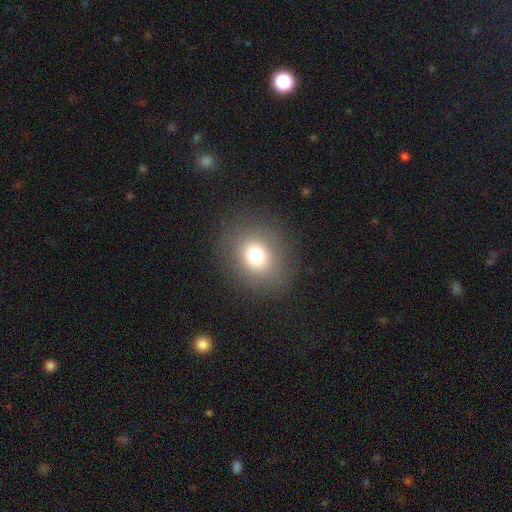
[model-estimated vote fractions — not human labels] Smooth or featured? smooth (74%)
How rounded? round (72%)
Merging? none (86%)